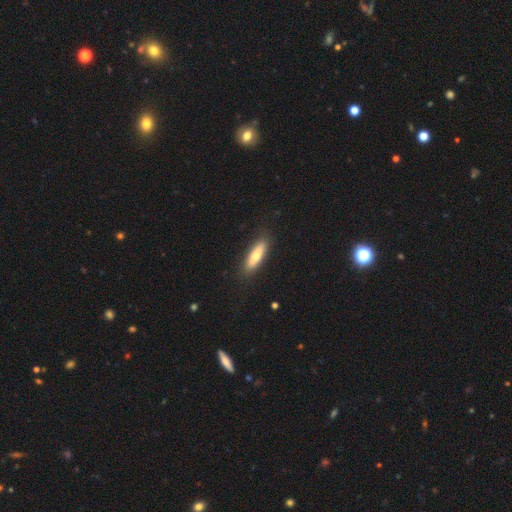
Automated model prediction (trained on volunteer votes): Overall: smooth (72%). How rounded: cigar-shaped (67%; in between 32%). Merging: none (88%).